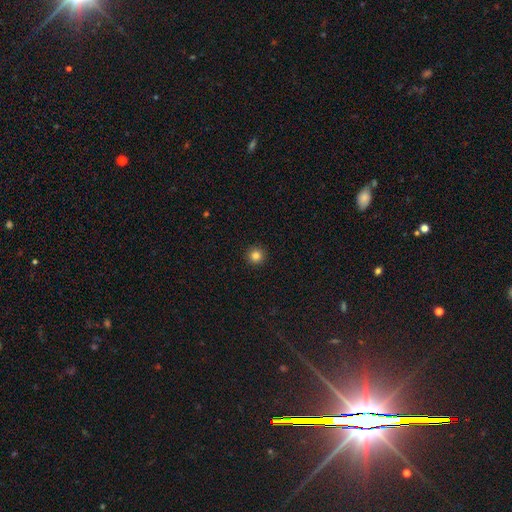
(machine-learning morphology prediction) Smooth or featured? smooth (84%)
How rounded? round (96%)
Merging? none (93%)